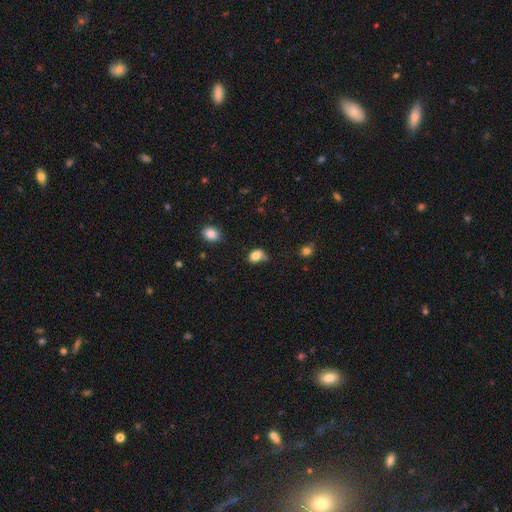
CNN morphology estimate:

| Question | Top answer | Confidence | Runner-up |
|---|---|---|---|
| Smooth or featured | smooth | 80% | star or artifact (10%) |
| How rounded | in between | 61% | round (38%) |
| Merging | none | 48% | minor disturbance (33%) |